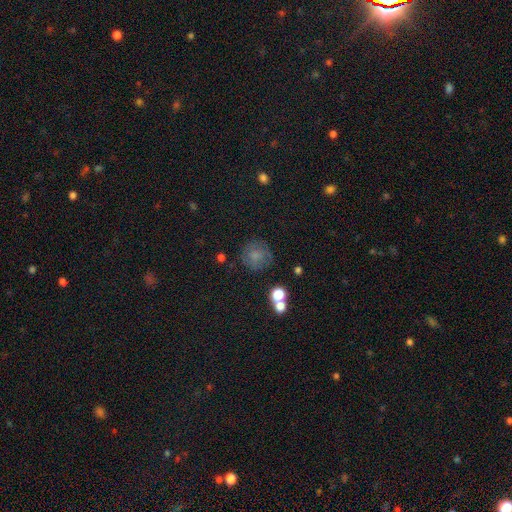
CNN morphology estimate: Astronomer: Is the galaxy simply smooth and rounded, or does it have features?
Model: smooth — 74%.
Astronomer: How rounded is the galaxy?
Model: round — 91%.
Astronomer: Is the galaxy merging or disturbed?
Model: none — 73%.